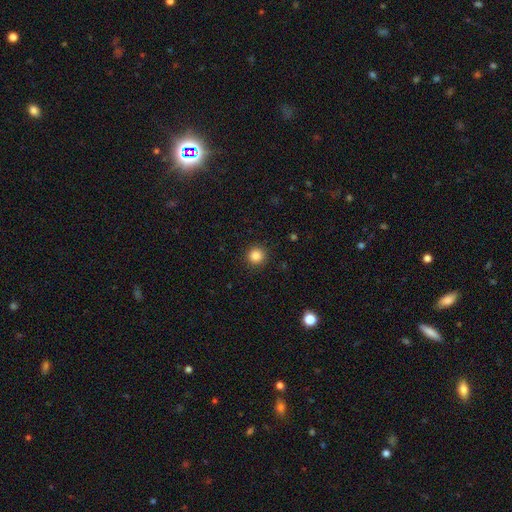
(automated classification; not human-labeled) smooth_or_featured: smooth (p=0.85) [alt: star or artifact p=0.11]
how_rounded: round (p=0.94) [alt: in between p=0.05]
merging: none (p=0.91) [alt: minor disturbance p=0.05]